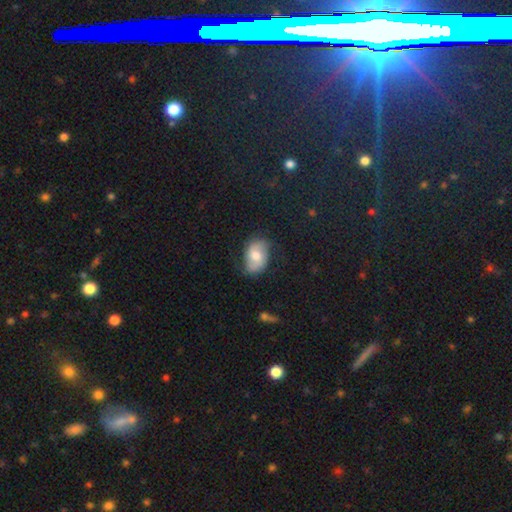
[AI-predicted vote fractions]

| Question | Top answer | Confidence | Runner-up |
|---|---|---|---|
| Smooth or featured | smooth | 50% | featured or disk (42%) |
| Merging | none | 69% | minor disturbance (23%) |